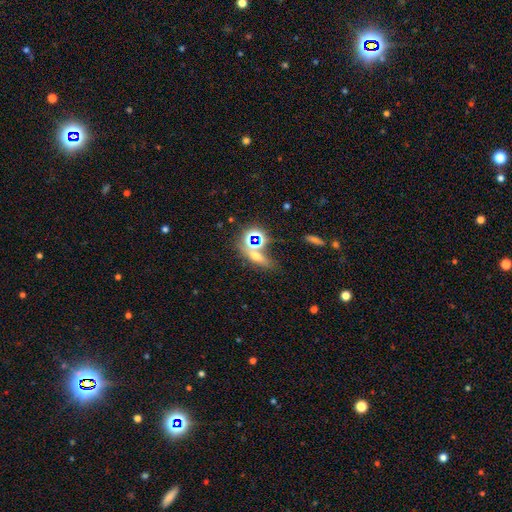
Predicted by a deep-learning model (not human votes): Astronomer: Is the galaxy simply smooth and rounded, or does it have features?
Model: star or artifact — 40% (runner-up: smooth, 39%).